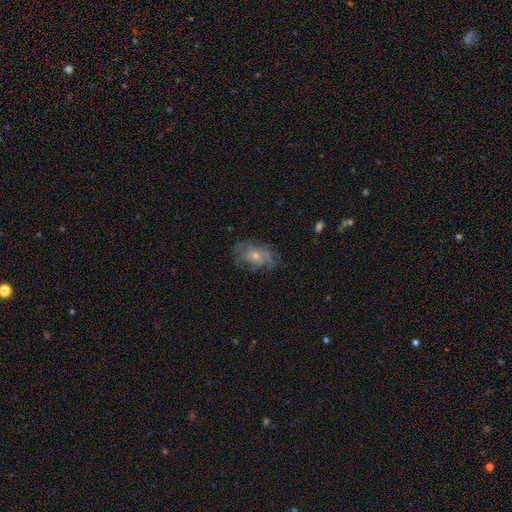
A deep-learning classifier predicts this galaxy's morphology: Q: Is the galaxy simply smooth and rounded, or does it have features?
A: featured or disk — 57%.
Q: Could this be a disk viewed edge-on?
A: no — 93%.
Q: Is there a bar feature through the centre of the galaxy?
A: no — 79%.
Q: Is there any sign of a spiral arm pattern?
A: yes — 65%.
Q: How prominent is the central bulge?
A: small — 49%.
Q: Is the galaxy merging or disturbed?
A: none — 67%.